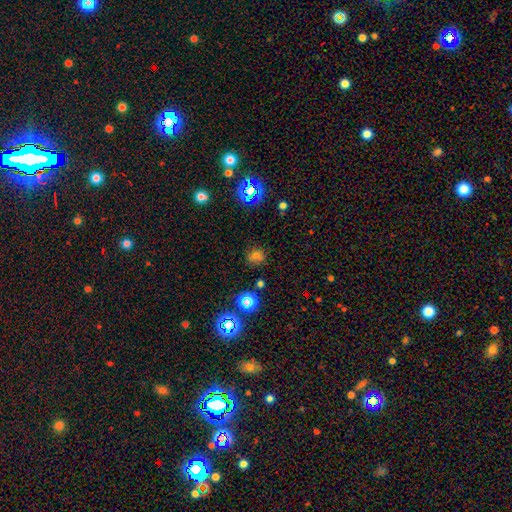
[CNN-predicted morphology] This appears to be a smooth galaxy with no disk features (64%) that is round (78%). Merging: none (79%).